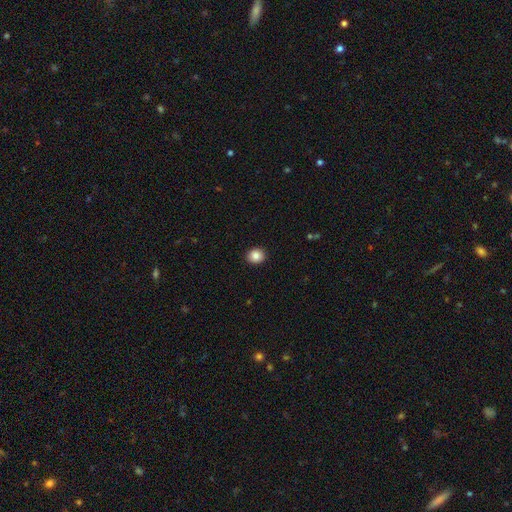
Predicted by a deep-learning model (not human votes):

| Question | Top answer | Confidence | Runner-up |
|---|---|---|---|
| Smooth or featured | smooth | 85% | star or artifact (9%) |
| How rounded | round | 77% | in between (23%) |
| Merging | none | 92% | minor disturbance (5%) |